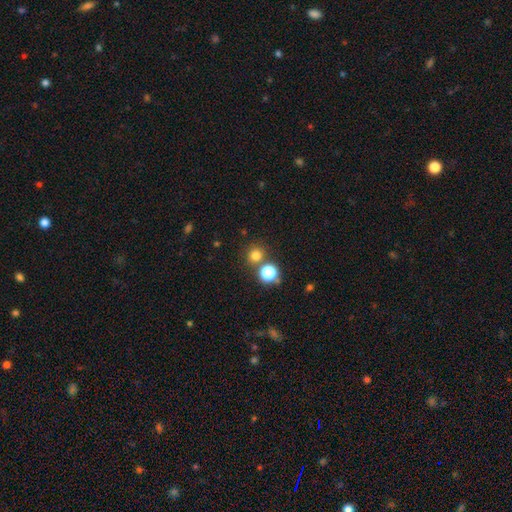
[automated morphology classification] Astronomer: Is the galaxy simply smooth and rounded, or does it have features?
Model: smooth — 75%.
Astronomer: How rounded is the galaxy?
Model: round — 90%.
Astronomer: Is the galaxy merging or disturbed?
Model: none — 75%.